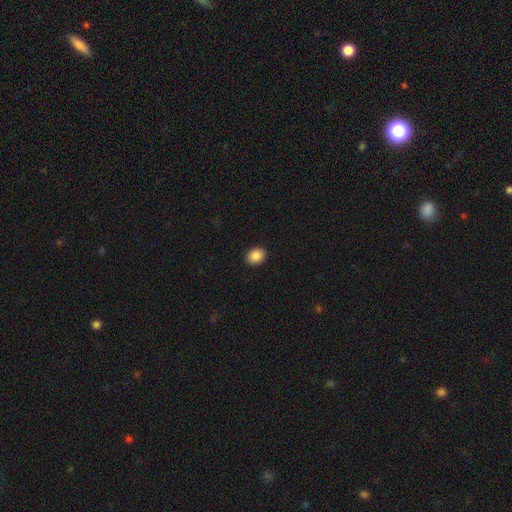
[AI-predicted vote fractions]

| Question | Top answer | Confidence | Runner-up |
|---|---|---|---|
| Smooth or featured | smooth | 89% | star or artifact (8%) |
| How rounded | in between | 60% | round (39%) |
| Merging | none | 91% | minor disturbance (6%) |